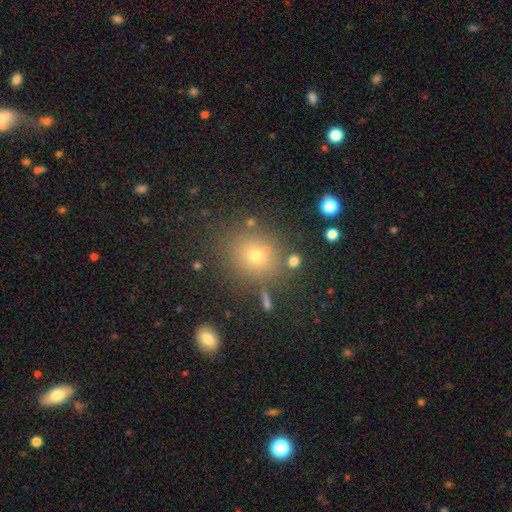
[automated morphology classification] smooth 62%, star or artifact 26%, featured or disk 11%. Down the decision tree: how rounded — round (78%); merging — none (79%).